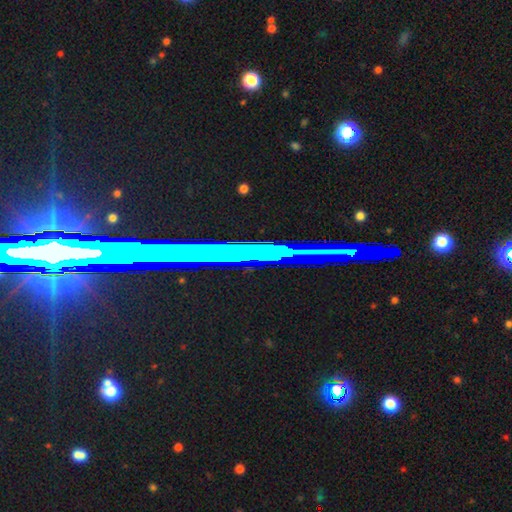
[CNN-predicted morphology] Overall: star or artifact (59%; featured or disk 24%).